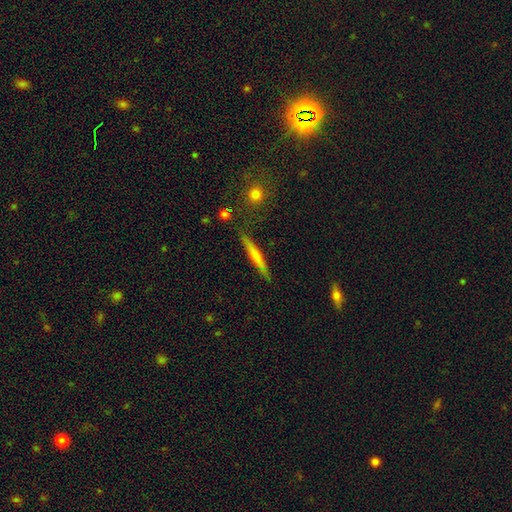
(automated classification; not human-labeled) smooth 58%, featured or disk 36%, star or artifact 7%. Down the decision tree: how rounded — cigar-shaped (93%); merging — none (86%).